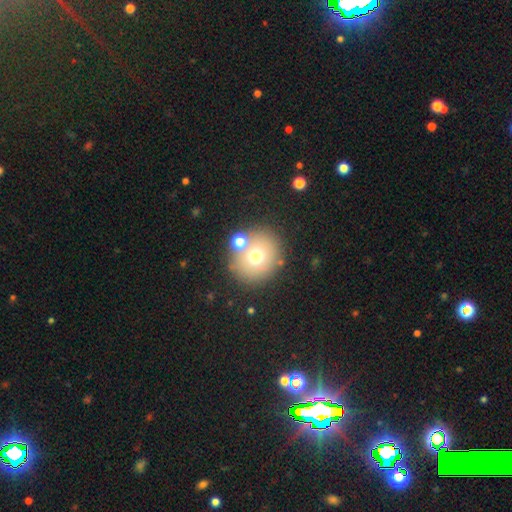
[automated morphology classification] The model was most divided on "smooth or featured": smooth: 66%, featured or disk: 18%, star or artifact: 16%. More confident: how rounded — round (87%); merging — none (73%).